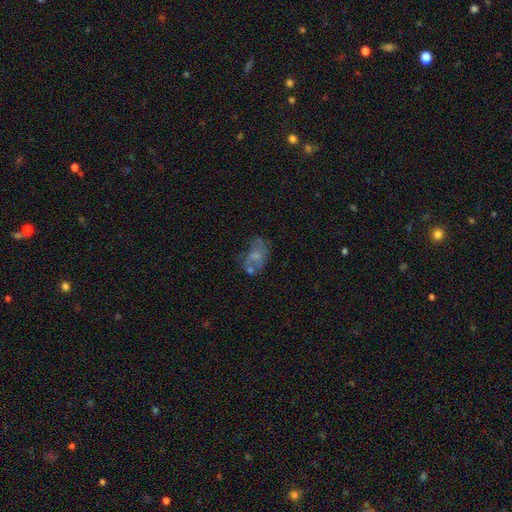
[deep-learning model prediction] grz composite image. It shows a featured or disk galaxy (44%, tied with smooth). Merging: none (35%).